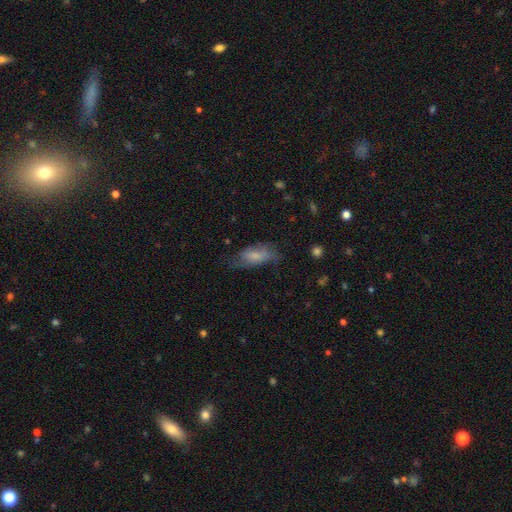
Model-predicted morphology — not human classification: smooth 66%, featured or disk 27%, star or artifact 8%. Down the decision tree: how rounded — in between (82%); merging — none (48%).